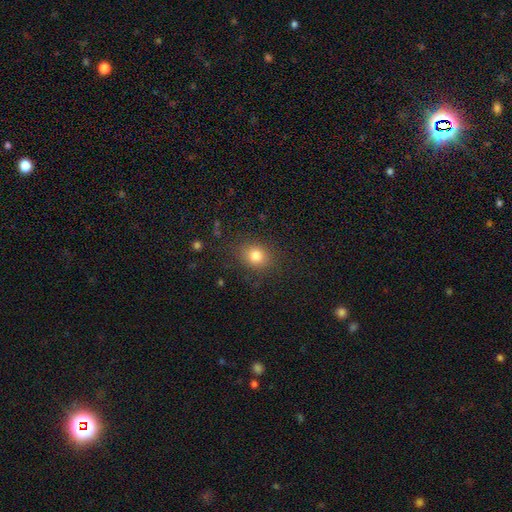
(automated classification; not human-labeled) Smooth or featured? Predicted: smooth (p=0.80). How rounded? Predicted: round (p=0.62). Merging? Predicted: none (p=0.84).